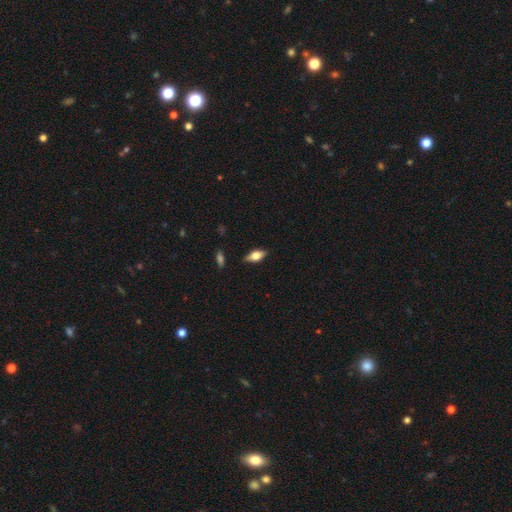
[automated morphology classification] Smooth or featured?
  - smooth: 55% *
  - featured or disk: 37%
  - star or artifact: 8%
How rounded?
  - in between: 81% *
  - cigar-shaped: 15%
  - round: 4%
Merging?
  - none: 84% *
  - minor disturbance: 12%
  - major disturbance: 2%
  - merger: 2%